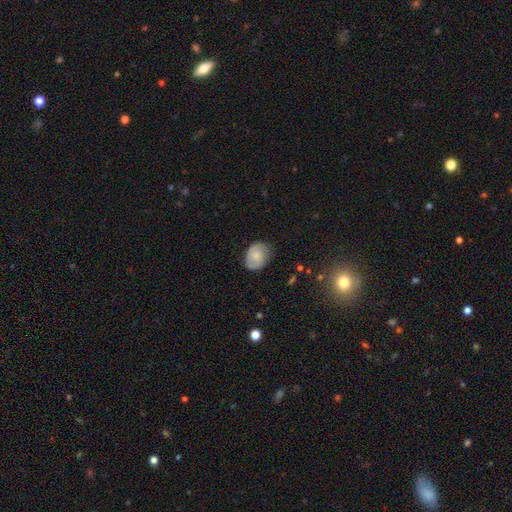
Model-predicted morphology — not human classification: Smooth or featured? Predicted: smooth (p=0.67). How rounded? Predicted: in between (p=0.65). Merging? Predicted: none (p=0.70).